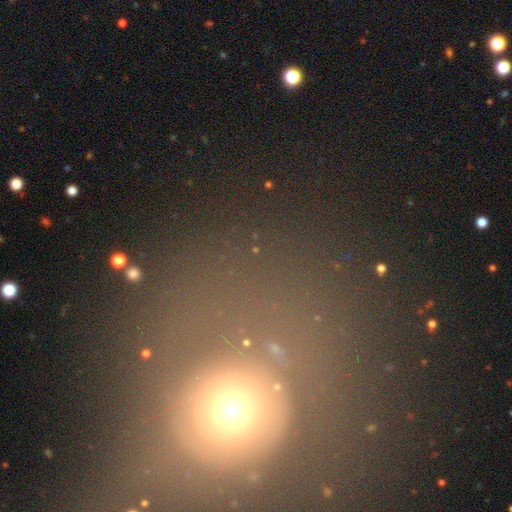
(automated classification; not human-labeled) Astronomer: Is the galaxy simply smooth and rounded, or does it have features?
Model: smooth — 43% (runner-up: star or artifact, 40%).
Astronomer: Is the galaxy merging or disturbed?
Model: none — 69%.